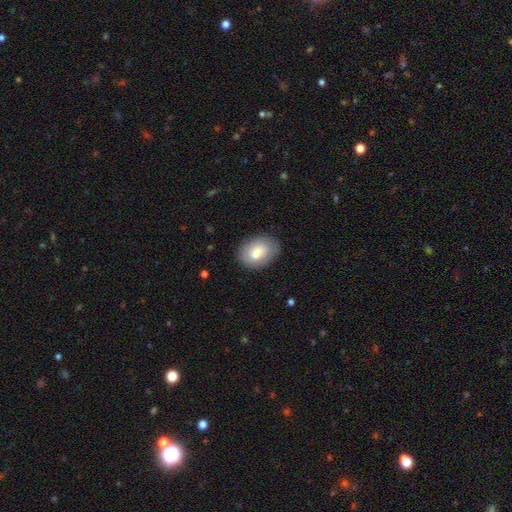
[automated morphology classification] smooth_or_featured: smooth (p=0.74) [alt: featured or disk p=0.19]
how_rounded: in between (p=0.75) [alt: round p=0.23]
merging: none (p=0.71) [alt: minor disturbance p=0.18]